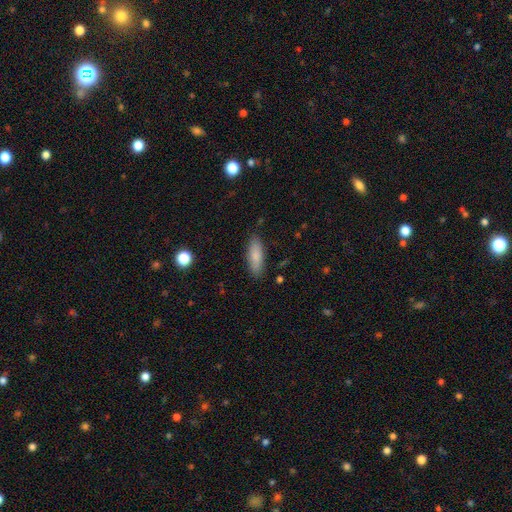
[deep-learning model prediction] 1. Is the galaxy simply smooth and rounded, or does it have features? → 83% smooth, 11% featured or disk, 6% star or artifact.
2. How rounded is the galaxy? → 60% in between, 39% cigar-shaped, 2% round.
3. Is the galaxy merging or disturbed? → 86% none, 11% minor disturbance, 2% major disturbance, 1% merger.